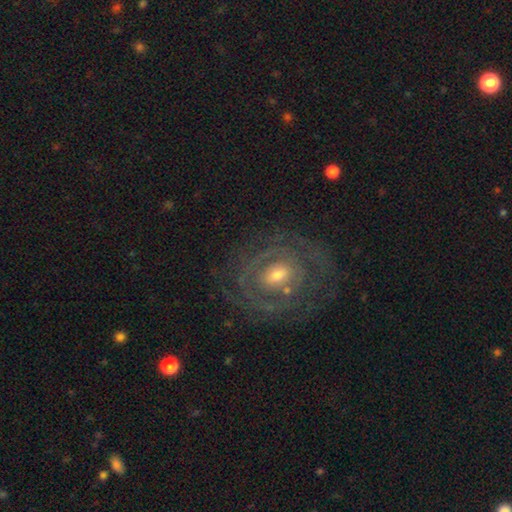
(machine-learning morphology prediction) Overall: featured or disk (74%). Edge-on disk: no (96%). Bar: no (54%; weak 34%). Spiral arms: yes (69%; no 31%). Bulge size: moderate (57%; small 34%). Merging: none (78%).